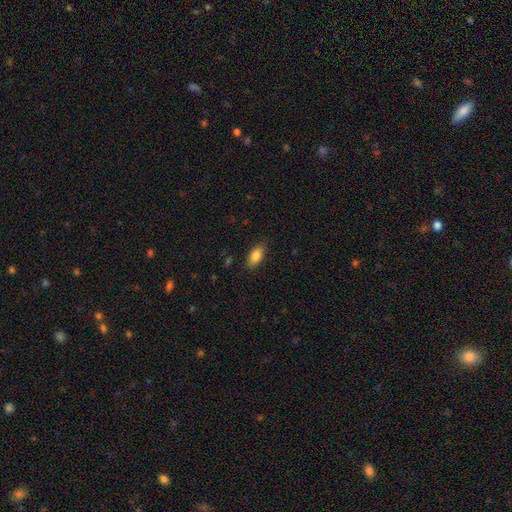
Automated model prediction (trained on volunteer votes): smooth-or-featured: smooth: 84% | featured or disk: 9% | star or artifact: 7%
  how-rounded: in between: 88% | cigar-shaped: 8% | round: 4%
  merging: none: 85% | minor disturbance: 12% | major disturbance: 3% | merger: 1%